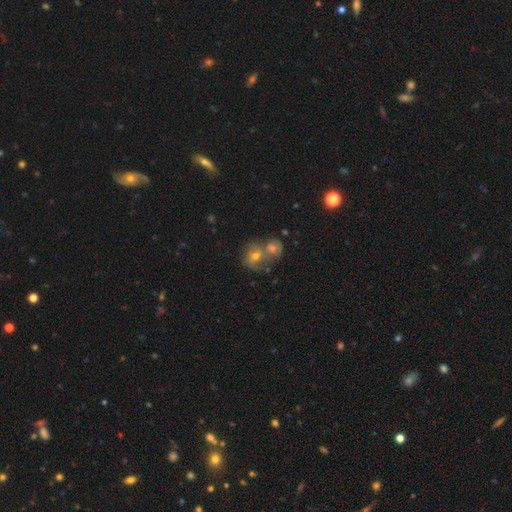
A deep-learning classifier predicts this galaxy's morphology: Smooth or featured?
  - smooth: 41% *
  - featured or disk: 38%
  - star or artifact: 21%
Merging?
  - merger: 57% *
  - none: 30%
  - minor disturbance: 8%
  - major disturbance: 5%